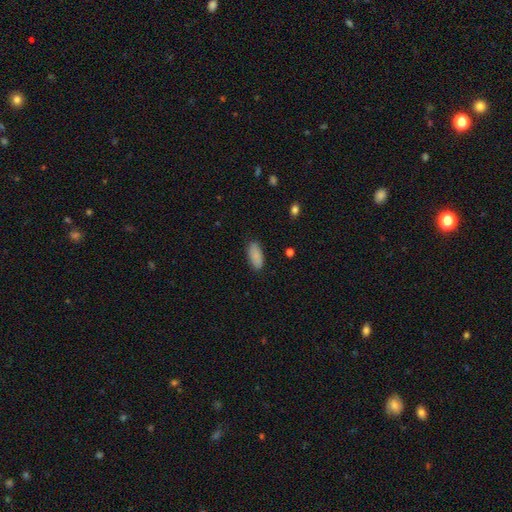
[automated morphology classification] This is clearly a smooth galaxy (88%). How rounded: clearly in between (87%). Merging: clearly none (85%).